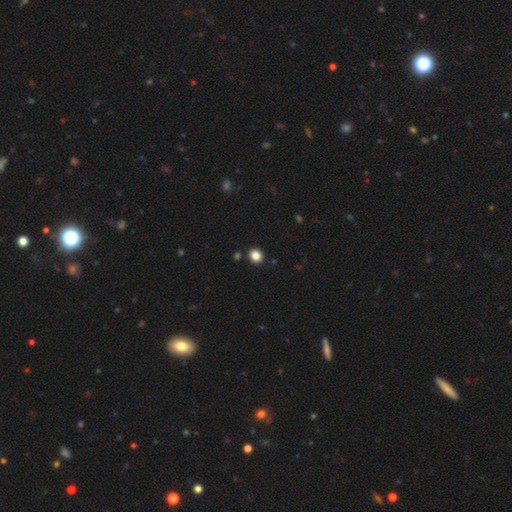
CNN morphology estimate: Smooth or featured?
  - smooth: 85% *
  - star or artifact: 12%
  - featured or disk: 4%
How rounded?
  - round: 76% *
  - in between: 23%
  - cigar-shaped: 1%
Merging?
  - none: 90% *
  - minor disturbance: 6%
  - merger: 3%
  - major disturbance: 2%